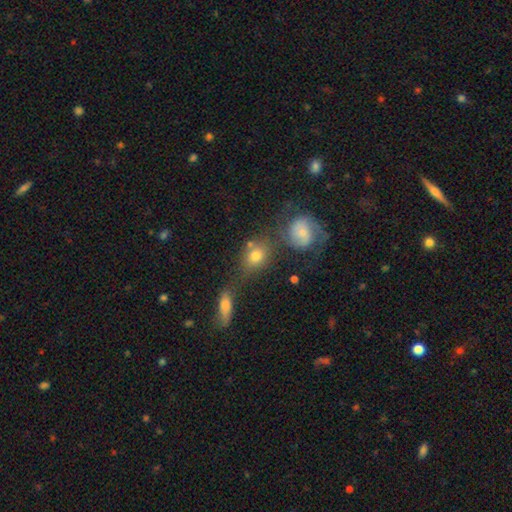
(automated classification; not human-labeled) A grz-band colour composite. It shows a smooth galaxy with no disk features (68%) that is in between round and cigar-shaped (52%). Merging: none (46%).